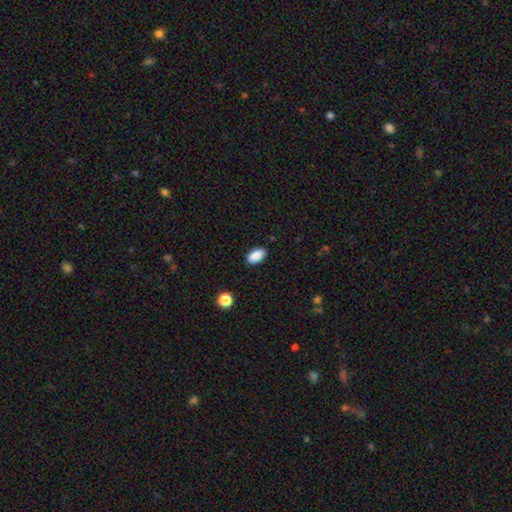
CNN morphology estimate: Smooth or featured? Predicted: smooth (p=0.88). How rounded? Predicted: in between (p=0.92). Merging? Predicted: none (p=0.88).